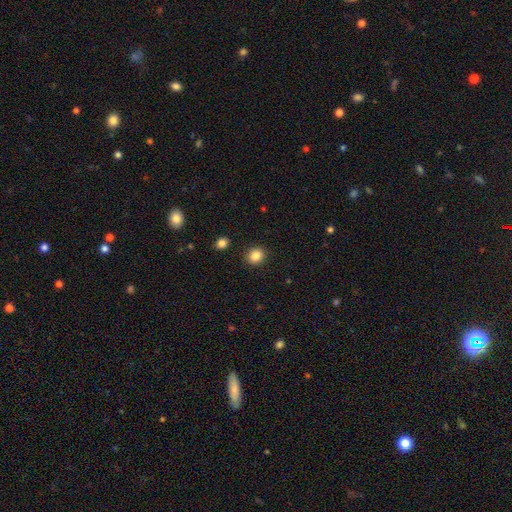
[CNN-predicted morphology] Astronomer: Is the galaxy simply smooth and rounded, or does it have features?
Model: smooth — 85%.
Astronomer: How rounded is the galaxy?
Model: round — 78%.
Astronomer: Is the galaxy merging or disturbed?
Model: none — 91%.